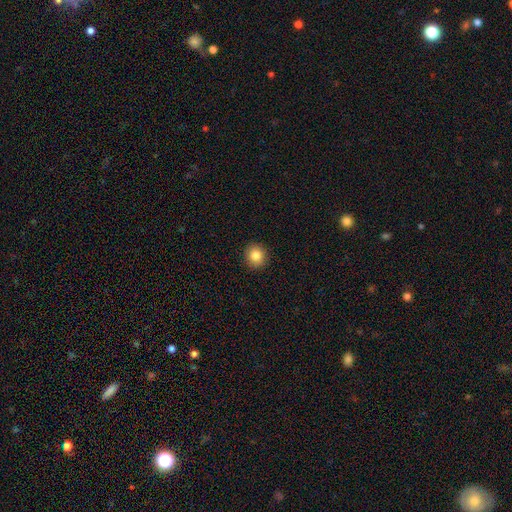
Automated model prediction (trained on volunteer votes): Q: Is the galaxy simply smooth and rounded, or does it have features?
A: smooth — 85%.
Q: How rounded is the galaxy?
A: round — 91%.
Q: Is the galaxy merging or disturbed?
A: none — 92%.